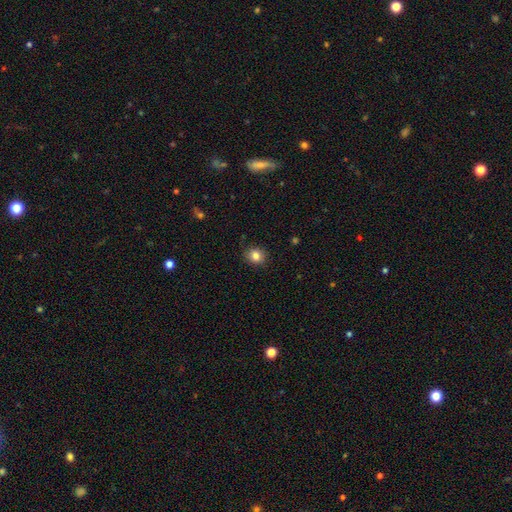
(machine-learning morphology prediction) The model was most divided on "how rounded": round: 74%, in between: 25%, cigar-shaped: 1%. More confident: merging — none (88%); smooth or featured — smooth (83%).